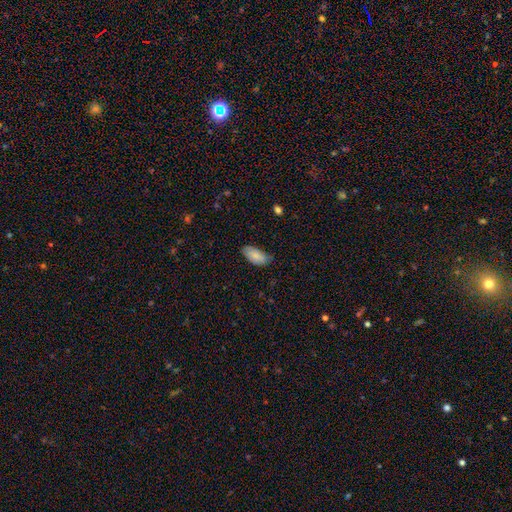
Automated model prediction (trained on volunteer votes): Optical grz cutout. It shows a smooth galaxy with no disk features (81%) that is in between round and cigar-shaped (94%). Merging: none (63%).